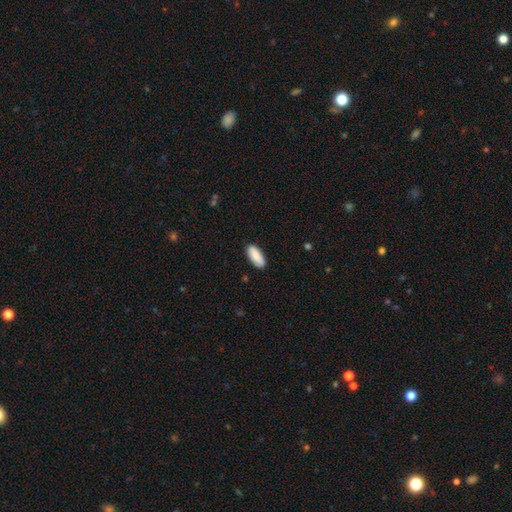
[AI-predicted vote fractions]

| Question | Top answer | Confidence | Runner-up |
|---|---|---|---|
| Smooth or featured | smooth | 90% | star or artifact (6%) |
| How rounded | in between | 80% | cigar-shaped (18%) |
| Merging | none | 89% | minor disturbance (8%) |